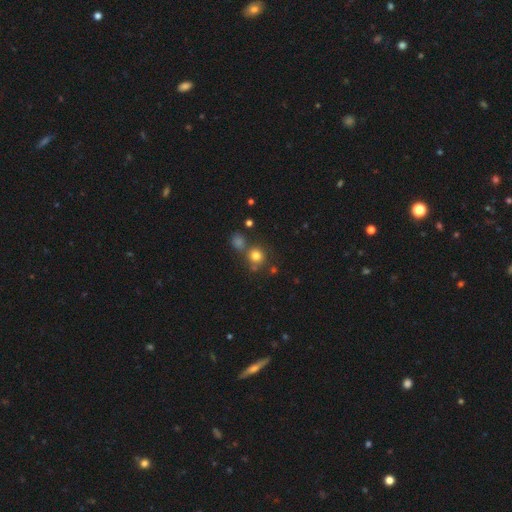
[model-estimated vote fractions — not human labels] smooth_or_featured: smooth (p=0.76) [alt: star or artifact p=0.15]
how_rounded: round (p=0.88) [alt: in between p=0.10]
merging: none (p=0.65) [alt: merger p=0.20]